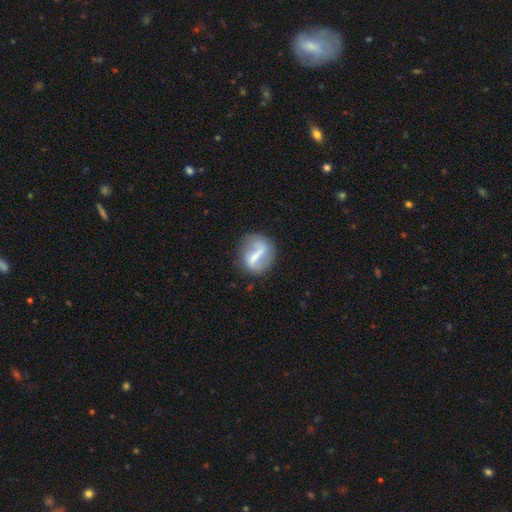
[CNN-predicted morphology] Smooth or featured? Predicted: featured or disk (p=0.56). Edge-on disk? Predicted: no (p=0.91). Bar? Predicted: strong (p=0.66). Spiral arms? Predicted: no (p=0.63). Bulge size? Predicted: small (p=0.36). Merging? Predicted: none (p=0.68).